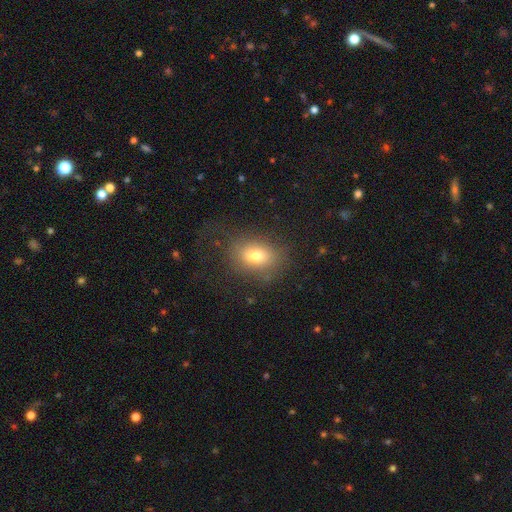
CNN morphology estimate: type=smooth (75%); roundness=in between (73%); merging=none (69%).